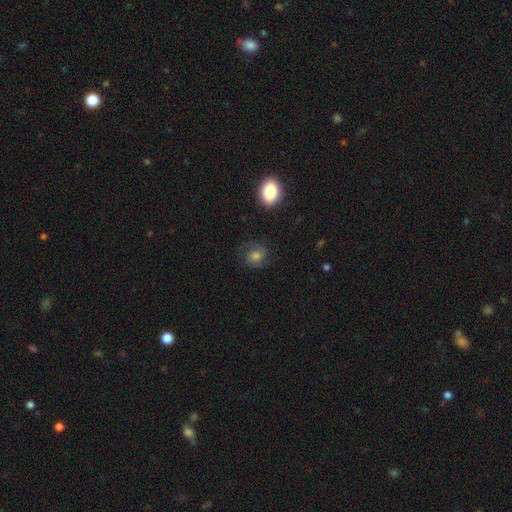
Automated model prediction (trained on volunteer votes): This appears to be a featured or disk galaxy (56%) with no bar (61%), 2 (87%) medium (51%) spiral arms (92%) and a moderate central bulge (51%). Merging: none (76%).